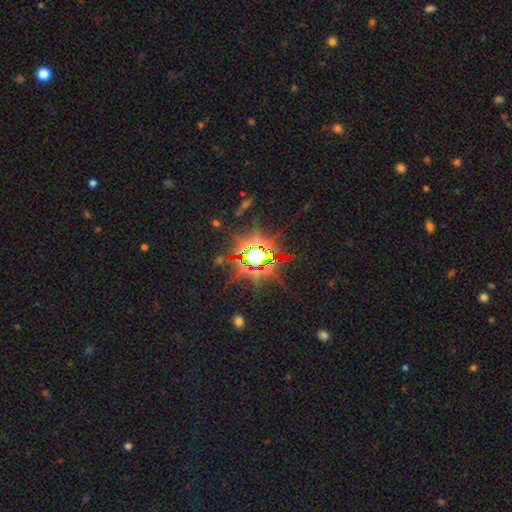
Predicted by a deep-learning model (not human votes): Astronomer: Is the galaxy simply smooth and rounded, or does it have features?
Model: star or artifact — 83%.